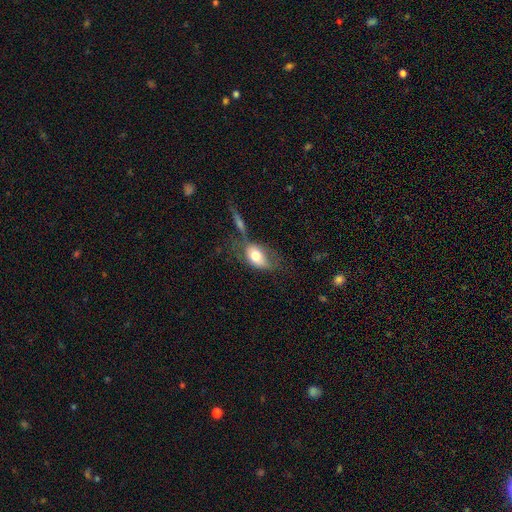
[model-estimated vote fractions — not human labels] Smooth or featured: smooth — 70% (featured or disk — 23%)
How rounded: in between — 87% (round — 10%)
Merging: none — 33% (major disturbance — 22%)